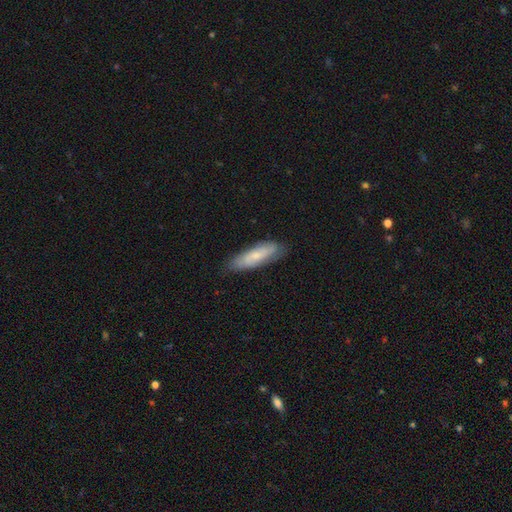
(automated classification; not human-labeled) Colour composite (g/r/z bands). It shows a smooth galaxy with no disk features (54%) that is cigar-shaped (53%). Merging: none (78%).